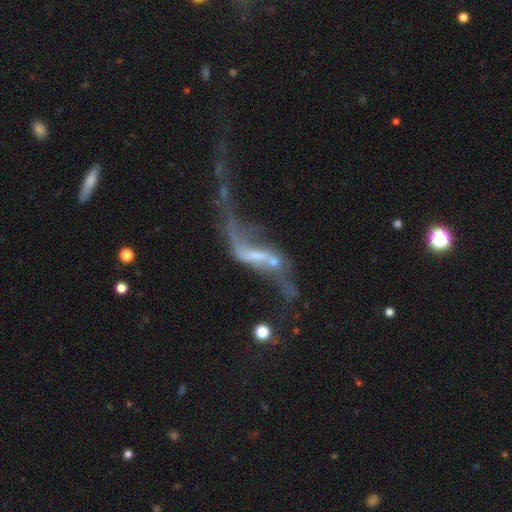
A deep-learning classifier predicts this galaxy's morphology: Q: Smooth or featured?
A: featured or disk (79%); runner-up: smooth (11%)
Q: Edge-on disk?
A: no (89%); runner-up: yes (11%)
Q: Bar?
A: weak (35%); runner-up: strong (33%)
Q: Spiral arms?
A: yes (71%); runner-up: no (29%)
Q: Spiral winding?
A: loose (95%); runner-up: medium (4%)
Q: Spiral arm count?
A: 2 (82%); runner-up: 1 (11%)
Q: Bulge size?
A: none (38%); tied with: small (38%)
Q: Merging?
A: merger (38%); runner-up: major disturbance (33%)